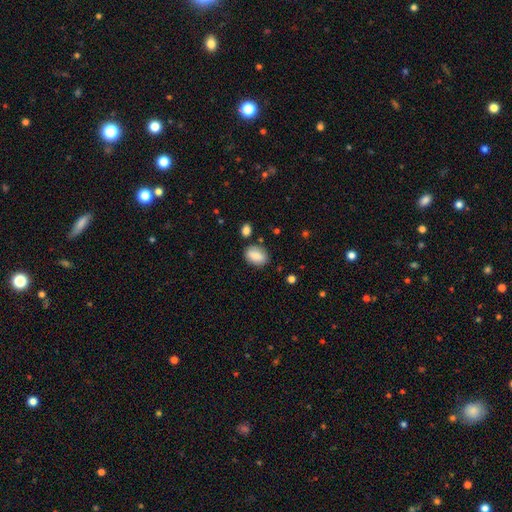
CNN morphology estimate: This appears to be a smooth galaxy with no disk features (81%) that is in between round and cigar-shaped (80%). Merging: none (78%).